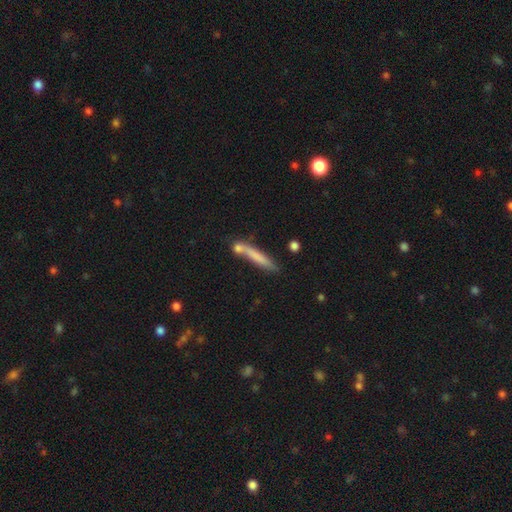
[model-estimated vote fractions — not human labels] This is likely a smooth galaxy (66%). How rounded: clearly cigar-shaped (93%). Merging: likely none (60%).